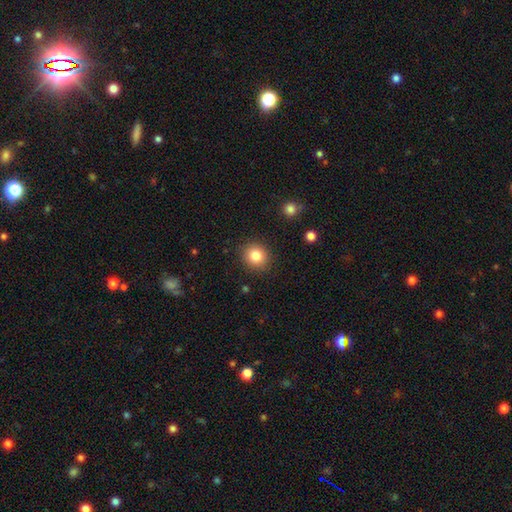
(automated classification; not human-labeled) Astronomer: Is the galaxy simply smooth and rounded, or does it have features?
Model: smooth — 83%.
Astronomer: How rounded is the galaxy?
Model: round — 84%.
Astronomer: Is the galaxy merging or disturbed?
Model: none — 89%.